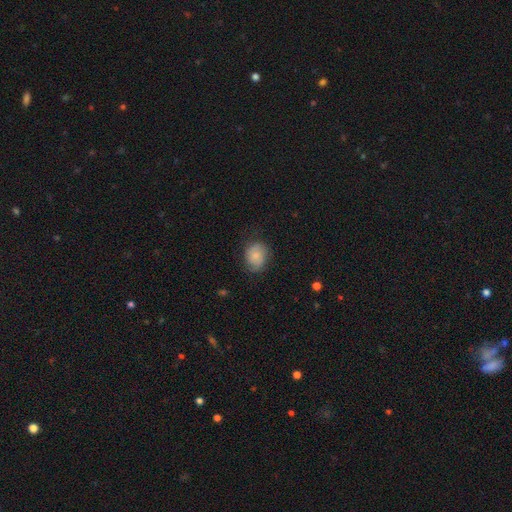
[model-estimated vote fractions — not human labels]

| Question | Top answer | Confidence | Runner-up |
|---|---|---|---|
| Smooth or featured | smooth | 72% | featured or disk (21%) |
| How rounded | round | 52% | in between (47%) |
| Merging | none | 68% | minor disturbance (23%) |